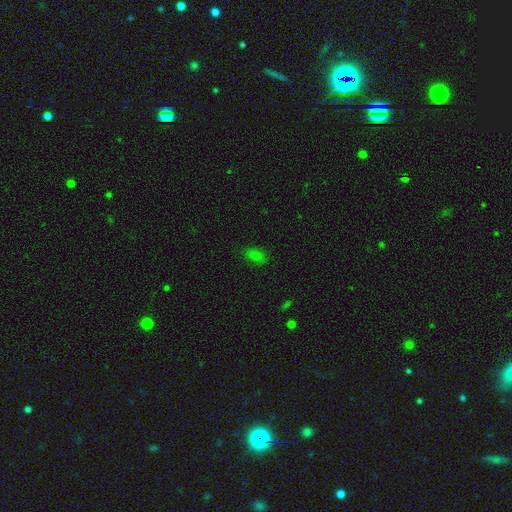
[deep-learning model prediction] A smooth galaxy with no disk features (77%) that is in between round and cigar-shaped (87%). Merging: none (82%).